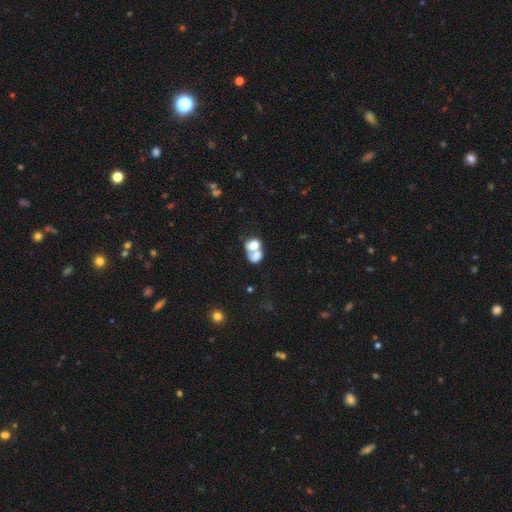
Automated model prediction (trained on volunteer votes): This appears to be a smooth galaxy with no disk features (65%) that is in between round and cigar-shaped (57%). Merging: merger (71%).